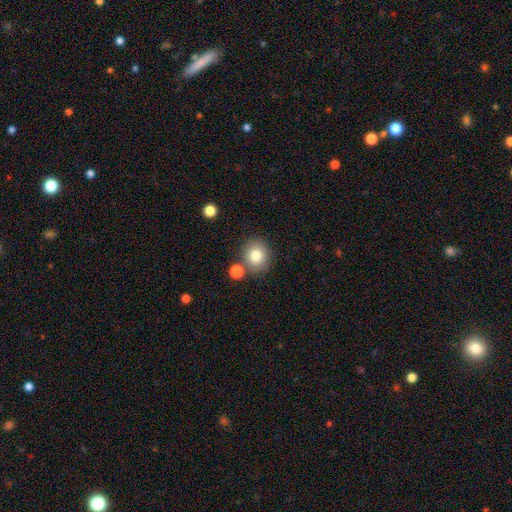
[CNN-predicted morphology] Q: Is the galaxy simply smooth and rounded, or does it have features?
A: smooth — 80%.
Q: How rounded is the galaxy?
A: round — 82%.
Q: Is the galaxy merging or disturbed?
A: none — 78%.